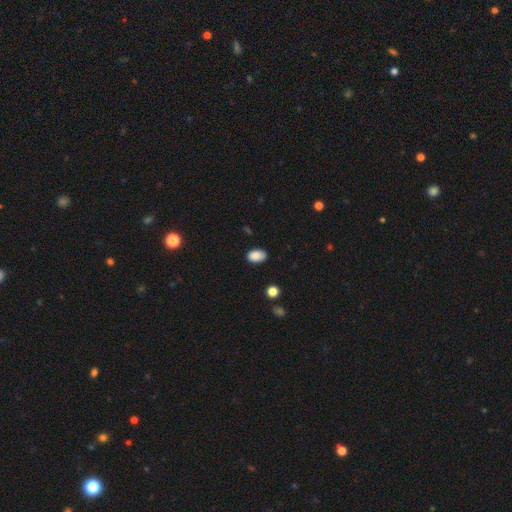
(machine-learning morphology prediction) The model was most divided on "merging": none: 84%, minor disturbance: 13%, major disturbance: 2%, merger: 1%. More confident: how rounded — in between (90%); smooth or featured — smooth (88%).